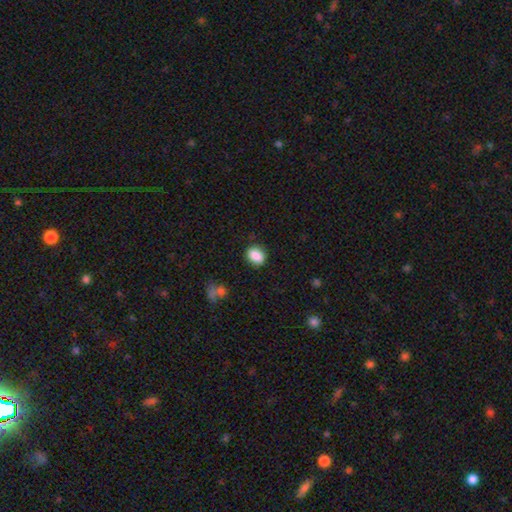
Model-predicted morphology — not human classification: Smooth or featured? Predicted: smooth (p=0.87). How rounded? Predicted: in between (p=0.57). Merging? Predicted: none (p=0.84).